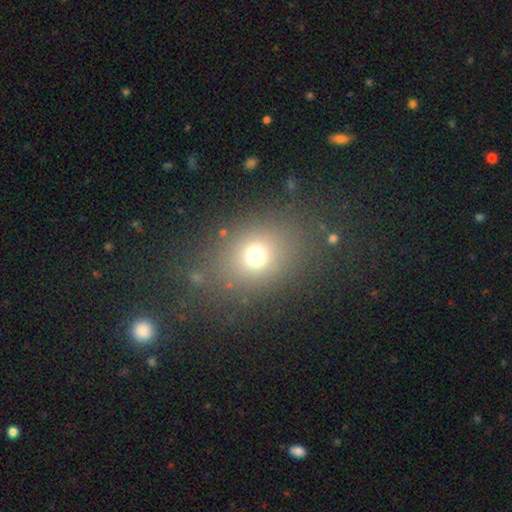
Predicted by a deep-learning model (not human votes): Q: Smooth or featured?
A: smooth (70%); runner-up: star or artifact (21%)
Q: How rounded?
A: round (63%); runner-up: in between (36%)
Q: Merging?
A: none (78%); runner-up: minor disturbance (10%)